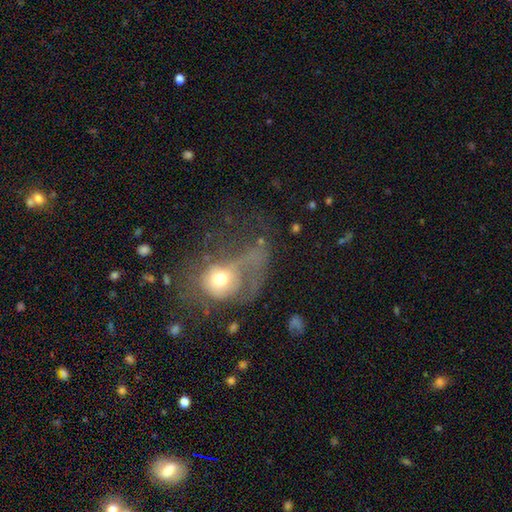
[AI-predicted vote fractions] Smooth or featured? Predicted: featured or disk (p=0.45). Merging? Predicted: major disturbance (p=0.56).